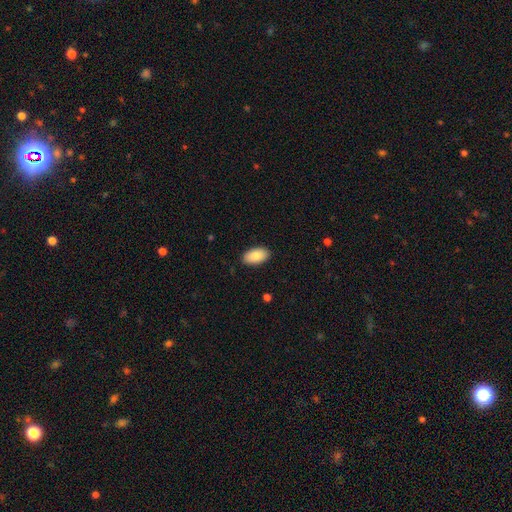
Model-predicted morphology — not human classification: This is clearly a smooth galaxy (89%). How rounded: clearly in between (96%). Merging: clearly none (88%).